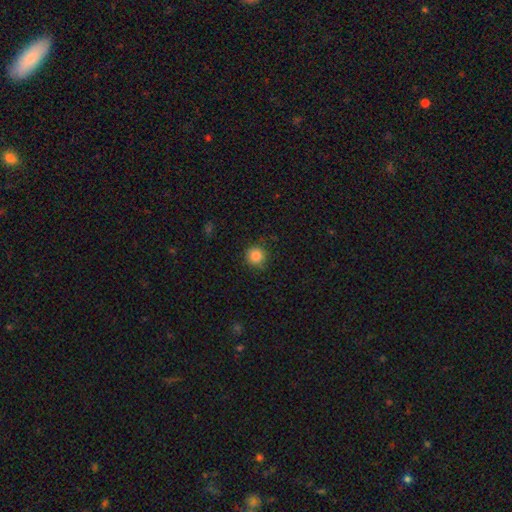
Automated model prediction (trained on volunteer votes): Smooth or featured?
  - smooth: 85% *
  - star or artifact: 11%
  - featured or disk: 4%
How rounded?
  - round: 94% *
  - in between: 5%
  - cigar-shaped: 1%
Merging?
  - none: 86% *
  - minor disturbance: 11%
  - major disturbance: 3%
  - merger: 1%